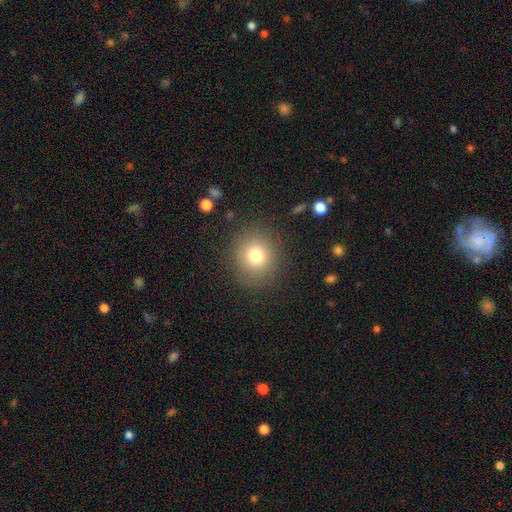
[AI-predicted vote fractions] Smooth or featured?
  - smooth: 77% *
  - star or artifact: 13%
  - featured or disk: 10%
How rounded?
  - round: 87% *
  - in between: 12%
  - cigar-shaped: 1%
Merging?
  - none: 86% *
  - minor disturbance: 8%
  - major disturbance: 4%
  - merger: 1%